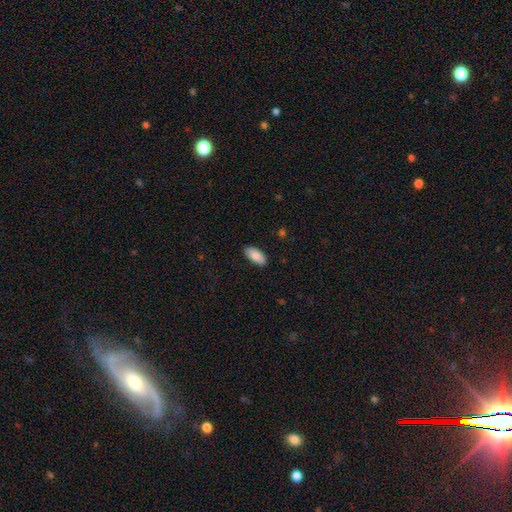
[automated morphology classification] smooth-or-featured: smooth: 88% | featured or disk: 6% | star or artifact: 6%
  how-rounded: in between: 91% | cigar-shaped: 7% | round: 2%
  merging: none: 88% | minor disturbance: 9% | major disturbance: 2% | merger: 1%